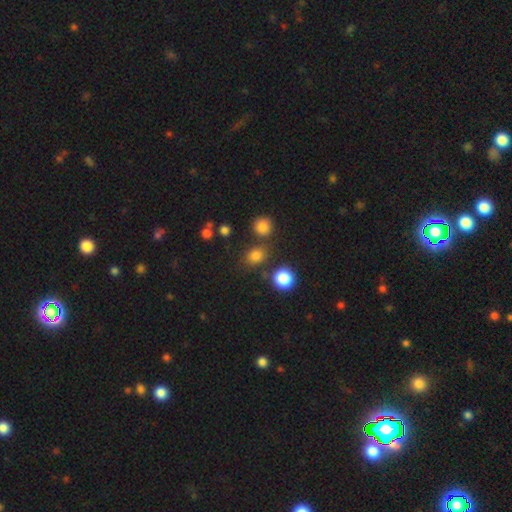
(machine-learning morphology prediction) A smooth galaxy with no disk features (79%) that is round (62%). Merging: none (76%).